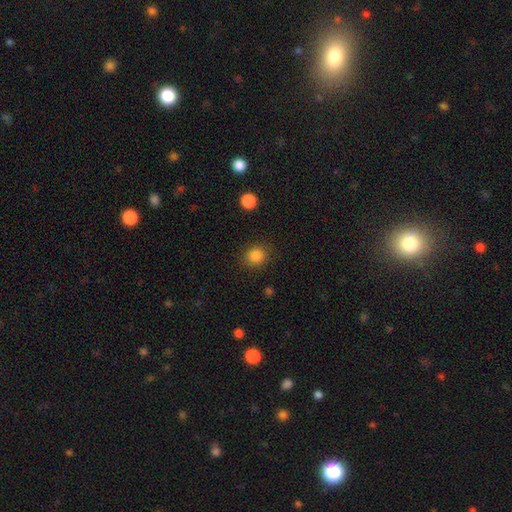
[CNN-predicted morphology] Smooth or featured? smooth (86%)
How rounded? round (80%)
Merging? none (87%)